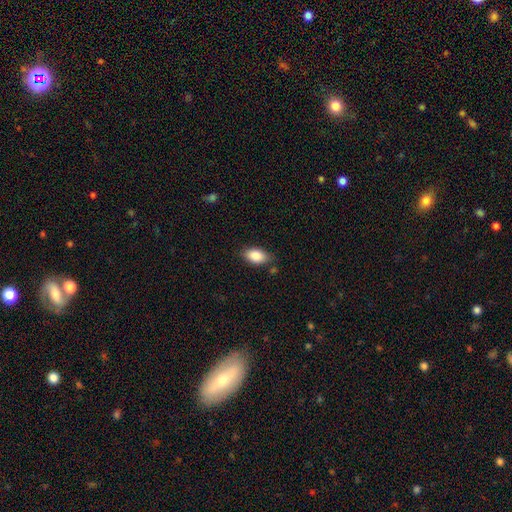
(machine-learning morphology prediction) A smooth galaxy with no disk features (86%) that is in between round and cigar-shaped (91%).

Vote fractions:
- Smooth or featured? smooth: 86% / star or artifact: 7% / featured or disk: 6%
- How rounded? in between: 91% / round: 6% / cigar-shaped: 3%
- Merging? none: 79% / minor disturbance: 16% / major disturbance: 3% / merger: 3%